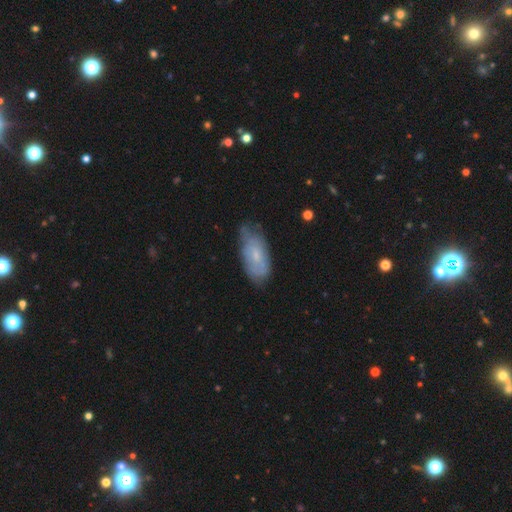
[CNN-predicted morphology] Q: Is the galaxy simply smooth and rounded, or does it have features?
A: smooth — 53%.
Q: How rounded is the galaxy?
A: in between — 89%.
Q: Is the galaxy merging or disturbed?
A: none — 57%.